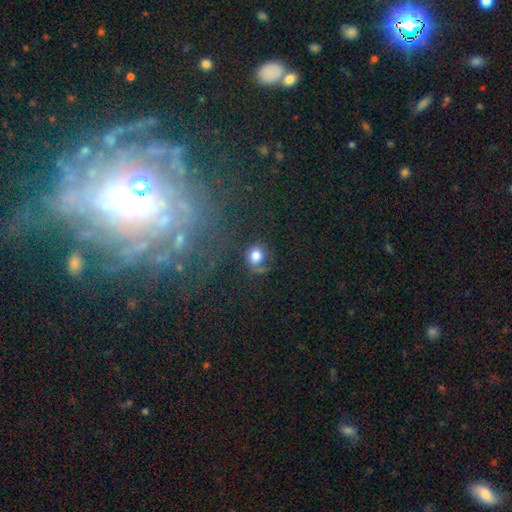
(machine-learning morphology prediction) type=smooth (78%); roundness=round (72%); merging=none (57%).